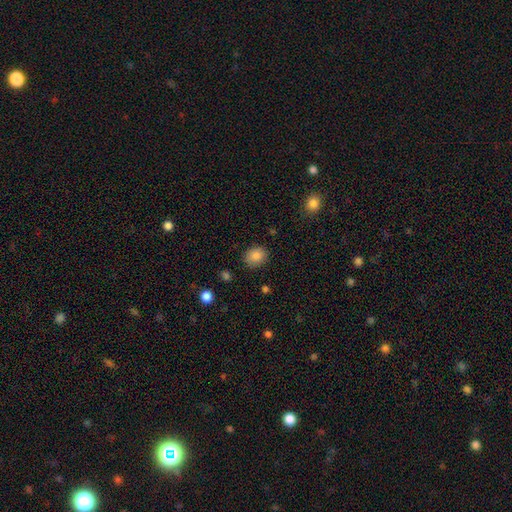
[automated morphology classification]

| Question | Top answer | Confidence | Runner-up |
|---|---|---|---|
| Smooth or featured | smooth | 86% | star or artifact (9%) |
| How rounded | round | 60% | in between (39%) |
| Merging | none | 85% | minor disturbance (10%) |